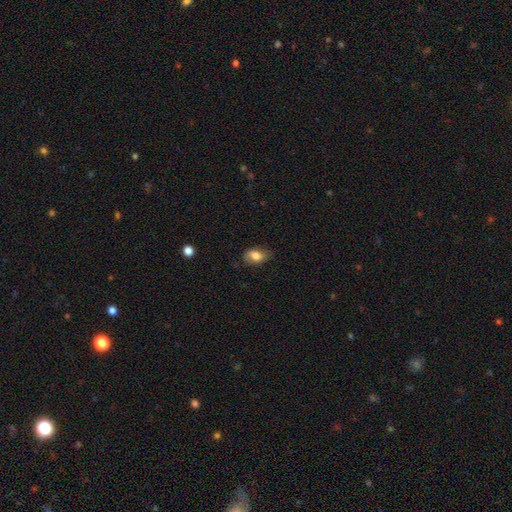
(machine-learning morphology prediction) This is likely a smooth galaxy (79%). How rounded: clearly in between (87%). Merging: likely none (69%).